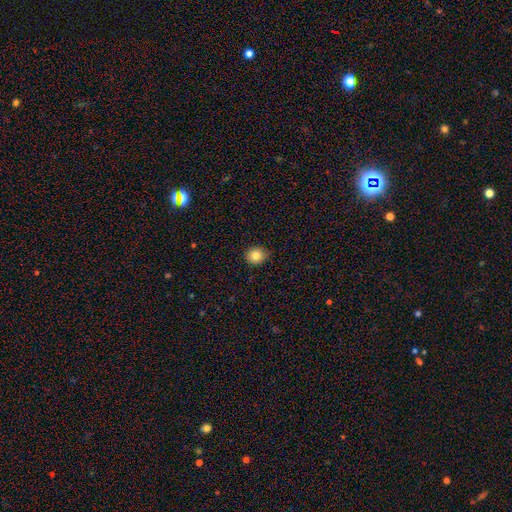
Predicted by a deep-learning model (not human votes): Smooth or featured? smooth (82%)
How rounded? round (81%)
Merging? none (85%)